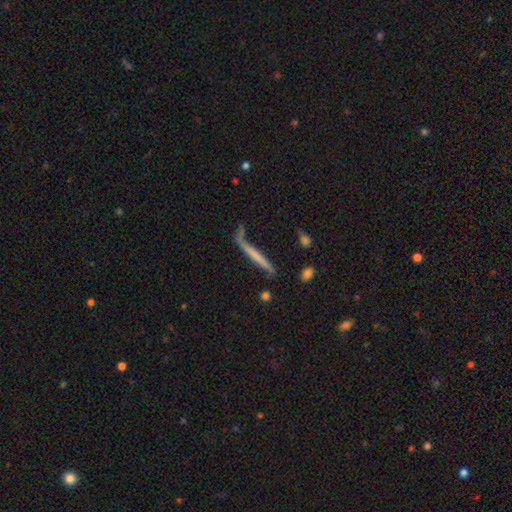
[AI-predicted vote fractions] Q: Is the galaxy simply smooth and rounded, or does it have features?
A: smooth — 49%.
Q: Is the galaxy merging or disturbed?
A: none — 60%.